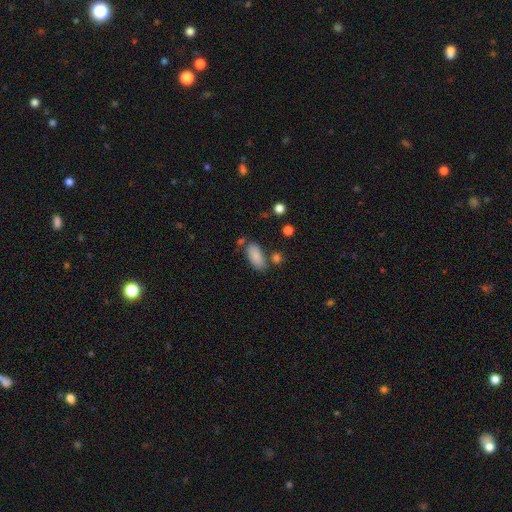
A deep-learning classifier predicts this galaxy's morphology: Smooth or featured? Predicted: smooth (p=0.86). How rounded? Predicted: in between (p=0.91). Merging? Predicted: none (p=0.68).